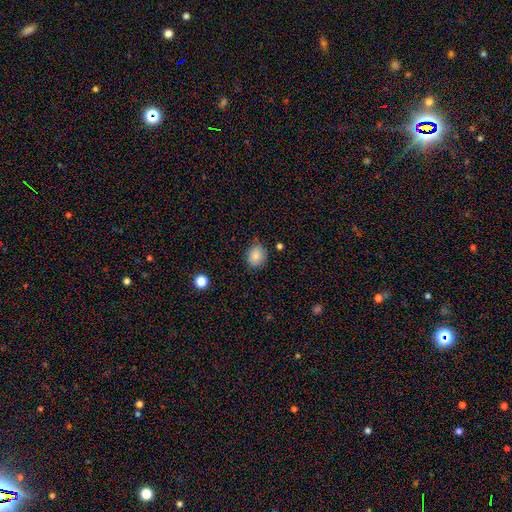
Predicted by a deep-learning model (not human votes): smooth-or-featured: smooth: 85% | star or artifact: 9% | featured or disk: 5%
  how-rounded: round: 62% | in between: 37% | cigar-shaped: 1%
  merging: none: 81% | minor disturbance: 14% | major disturbance: 3% | merger: 2%